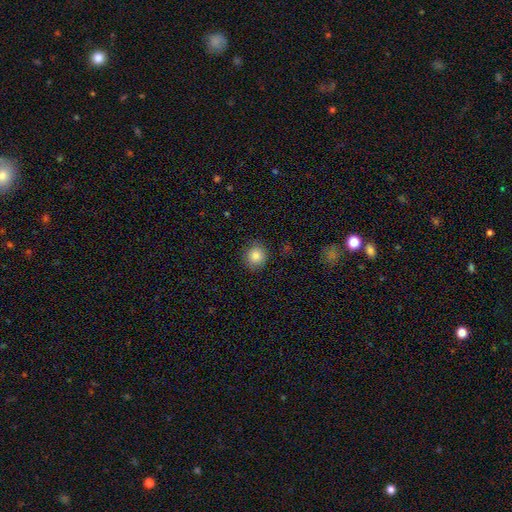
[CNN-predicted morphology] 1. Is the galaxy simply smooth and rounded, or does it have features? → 84% smooth, 10% star or artifact, 6% featured or disk.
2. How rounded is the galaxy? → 85% round, 14% in between, 1% cigar-shaped.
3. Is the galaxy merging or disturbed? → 85% none, 11% minor disturbance, 3% major disturbance, 1% merger.